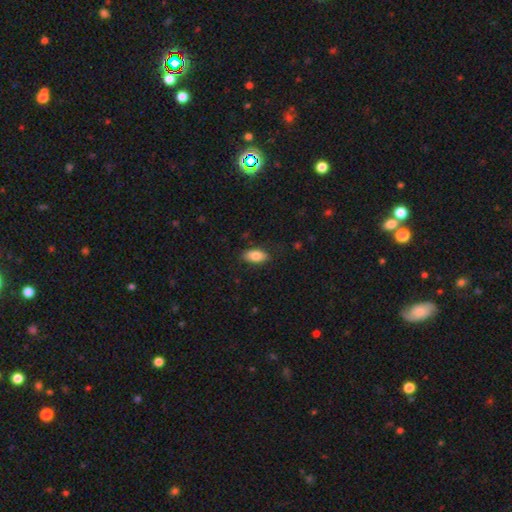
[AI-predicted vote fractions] This appears to be a smooth galaxy with no disk features (82%) that is in between round and cigar-shaped (92%). Merging: none (83%).